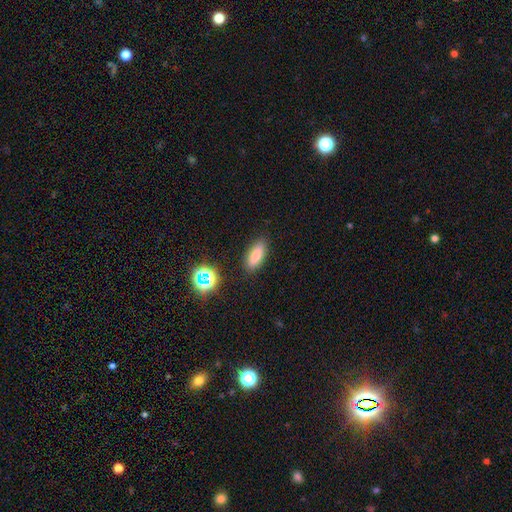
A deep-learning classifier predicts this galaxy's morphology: Overall: smooth (78%). How rounded: in between (67%; cigar-shaped 30%). Merging: none (86%).